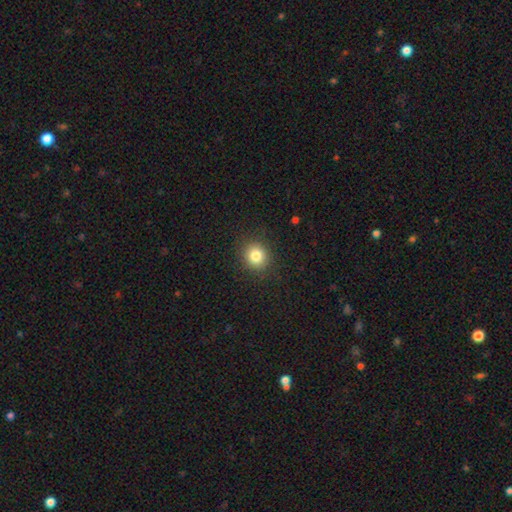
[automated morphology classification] This is clearly a smooth galaxy (83%). How rounded: clearly round (82%). Merging: clearly none (90%).